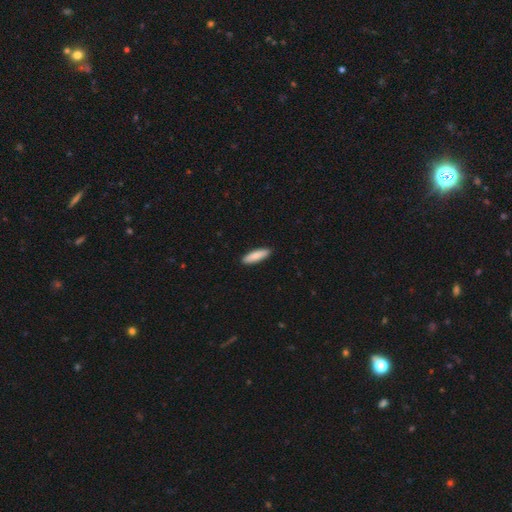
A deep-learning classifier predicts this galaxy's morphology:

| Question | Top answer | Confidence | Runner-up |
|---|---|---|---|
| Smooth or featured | smooth | 86% | featured or disk (9%) |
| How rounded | cigar-shaped | 65% | in between (34%) |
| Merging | none | 91% | minor disturbance (7%) |